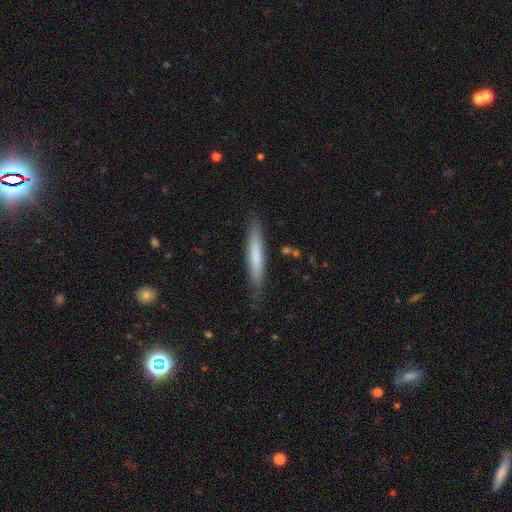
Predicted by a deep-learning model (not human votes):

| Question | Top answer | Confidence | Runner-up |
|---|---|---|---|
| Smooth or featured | smooth | 67% | featured or disk (27%) |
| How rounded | cigar-shaped | 93% | in between (6%) |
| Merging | none | 84% | minor disturbance (12%) |